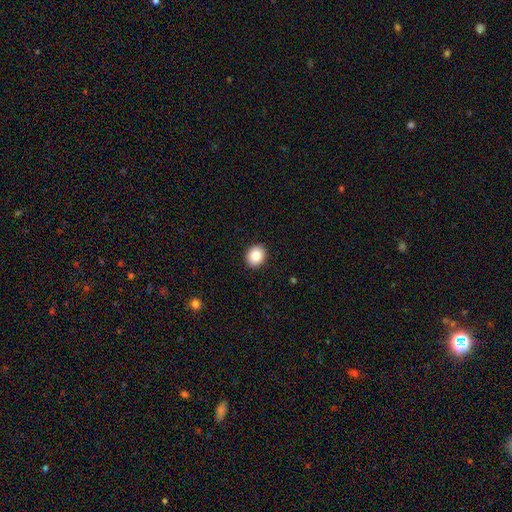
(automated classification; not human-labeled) smooth 86%, star or artifact 8%, featured or disk 5%. Down the decision tree: how rounded — round (60%); merging — none (92%).